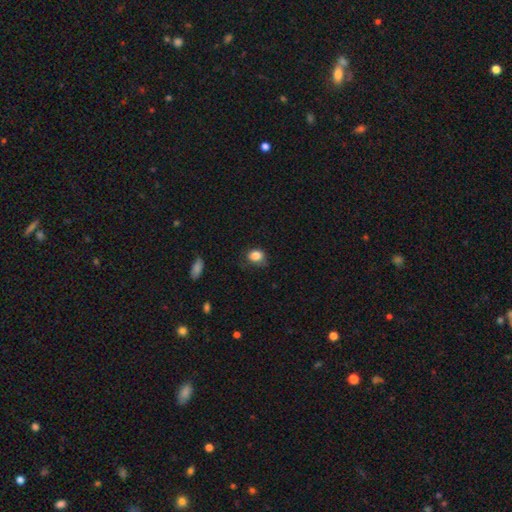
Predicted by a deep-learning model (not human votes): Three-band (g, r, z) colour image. It shows a smooth galaxy with no disk features (85%) that is round (53%). Merging: none (62%).